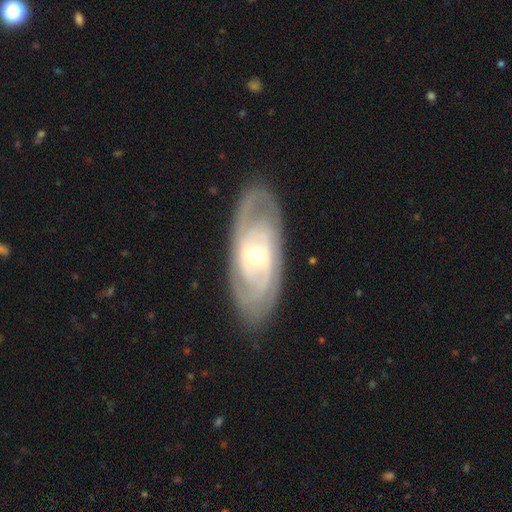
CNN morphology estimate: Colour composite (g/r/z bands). It shows a featured or disk galaxy (85%) with no bar (53%), 2 (38%) tight (67%) spiral arms (93%) and a small central bulge (48%, tied with moderate). Merging: none (83%).